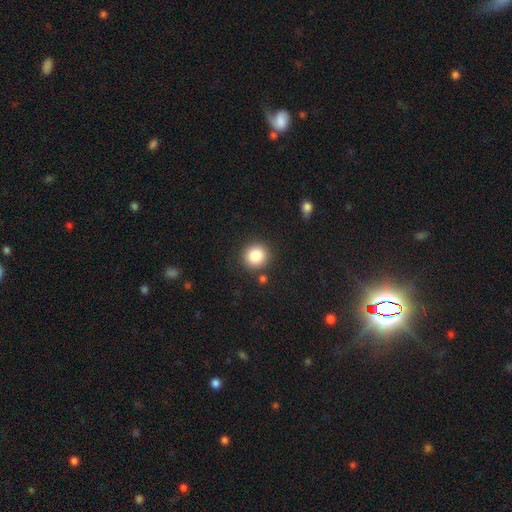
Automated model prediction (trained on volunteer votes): smooth 85%, star or artifact 10%, featured or disk 5%. Down the decision tree: how rounded — round (91%); merging — none (86%).